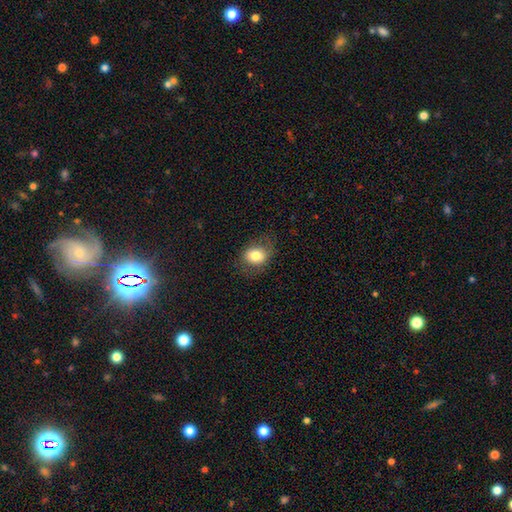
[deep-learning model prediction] Smooth or featured? Predicted: smooth (p=0.77). How rounded? Predicted: in between (p=0.56). Merging? Predicted: none (p=0.71).